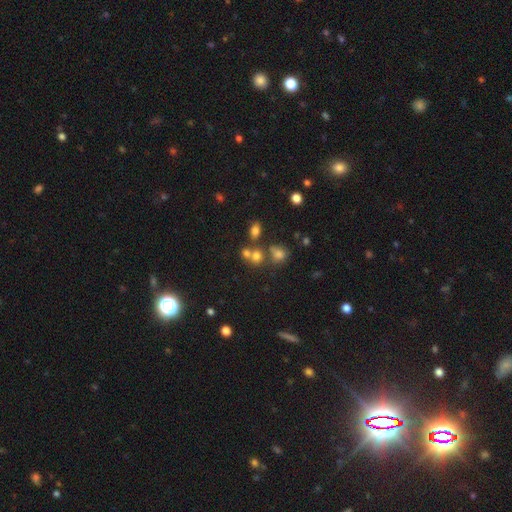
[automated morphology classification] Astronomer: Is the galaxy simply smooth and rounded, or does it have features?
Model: smooth — 61%.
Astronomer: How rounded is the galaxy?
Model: round — 75%.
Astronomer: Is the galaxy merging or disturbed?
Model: none — 54% (runner-up: merger, 31%).